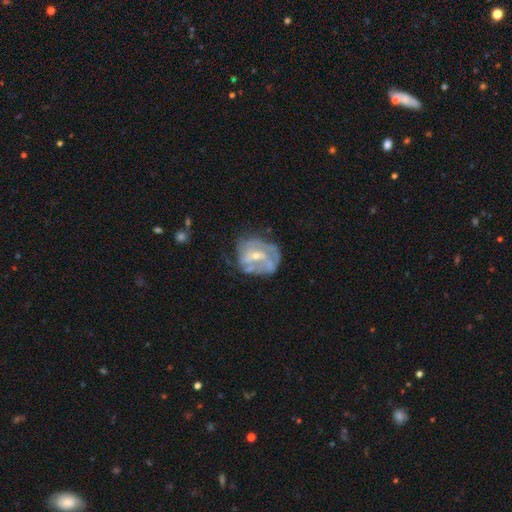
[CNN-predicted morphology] Q: Smooth or featured?
A: featured or disk (72%); runner-up: smooth (19%)
Q: Edge-on disk?
A: no (97%); runner-up: yes (3%)
Q: Bar?
A: no (58%); runner-up: weak (33%)
Q: Spiral arms?
A: yes (60%); runner-up: no (40%)
Q: Bulge size?
A: small (59%); runner-up: moderate (36%)
Q: Merging?
A: none (50%); runner-up: minor disturbance (24%)